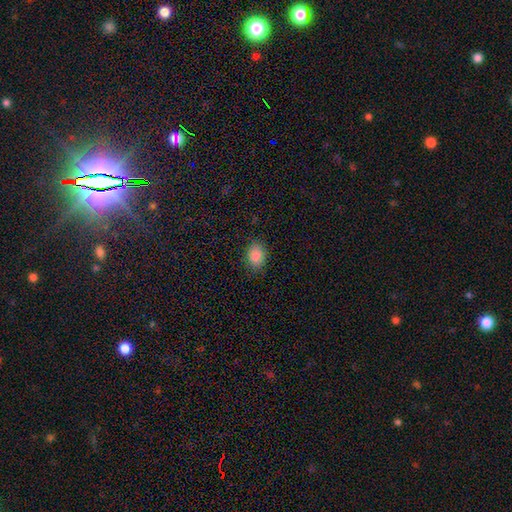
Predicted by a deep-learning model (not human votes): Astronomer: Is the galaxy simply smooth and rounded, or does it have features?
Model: smooth — 87%.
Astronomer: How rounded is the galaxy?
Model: in between — 64%.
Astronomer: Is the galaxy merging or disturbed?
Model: none — 85%.